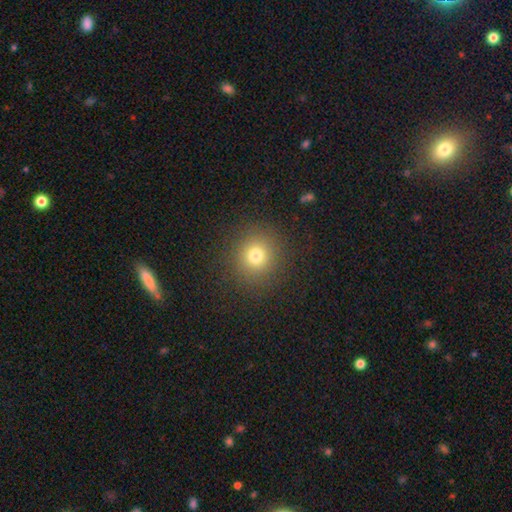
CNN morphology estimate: smooth-or-featured: smooth: 75% | star or artifact: 17% | featured or disk: 8%
  how-rounded: round: 92% | in between: 7% | cigar-shaped: 1%
  merging: none: 89% | minor disturbance: 6% | major disturbance: 3% | merger: 1%